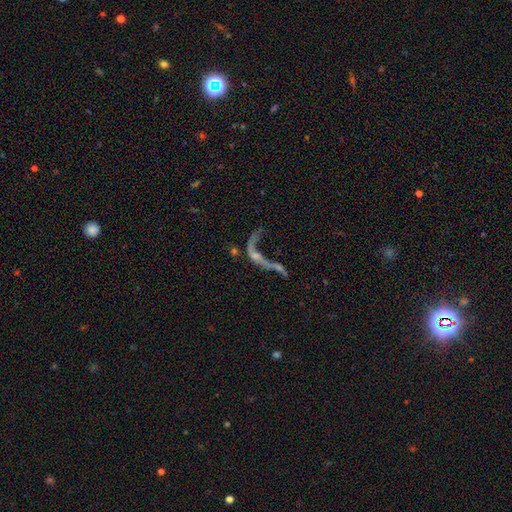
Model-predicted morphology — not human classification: featured or disk 61%, smooth 22%, star or artifact 17%. Down the decision tree: edge-on disk — no (88%); bar — no (75%); spiral arms — no (64%); bulge size — none (52%); merging — major disturbance (40%).